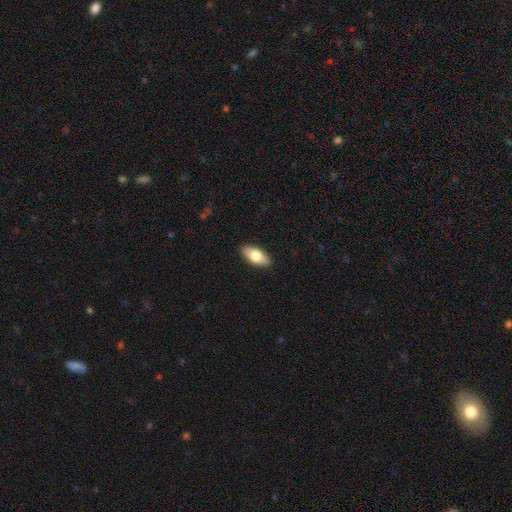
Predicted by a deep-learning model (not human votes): Q: Smooth or featured?
A: smooth (75%); runner-up: featured or disk (20%)
Q: How rounded?
A: in between (89%); runner-up: cigar-shaped (8%)
Q: Merging?
A: none (90%); runner-up: minor disturbance (8%)